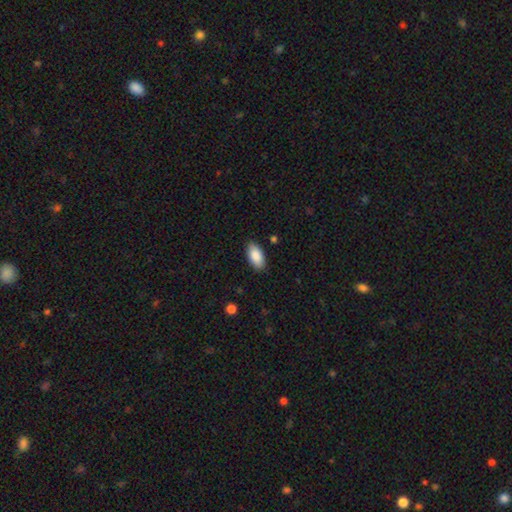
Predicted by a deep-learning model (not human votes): smooth 89%, star or artifact 6%, featured or disk 5%. Down the decision tree: how rounded — in between (94%); merging — none (87%).